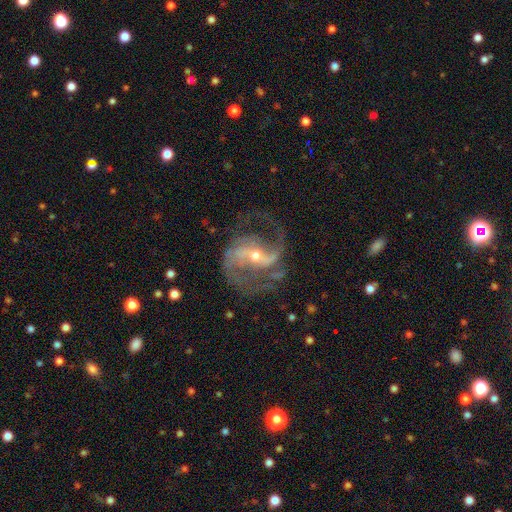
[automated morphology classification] A featured or disk galaxy (91%) with a strong bar (46%), 2 (89%) medium (55%) spiral arms (97%) and a small central bulge (56%). Merging: none (71%).